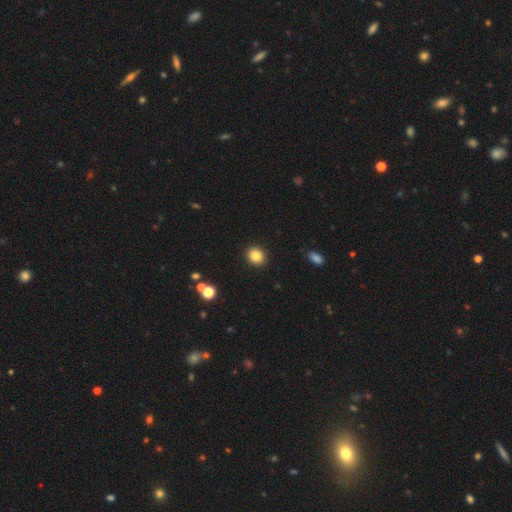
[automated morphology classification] Q: Smooth or featured?
A: smooth (85%); runner-up: star or artifact (10%)
Q: How rounded?
A: round (72%); runner-up: in between (27%)
Q: Merging?
A: none (92%); runner-up: minor disturbance (5%)